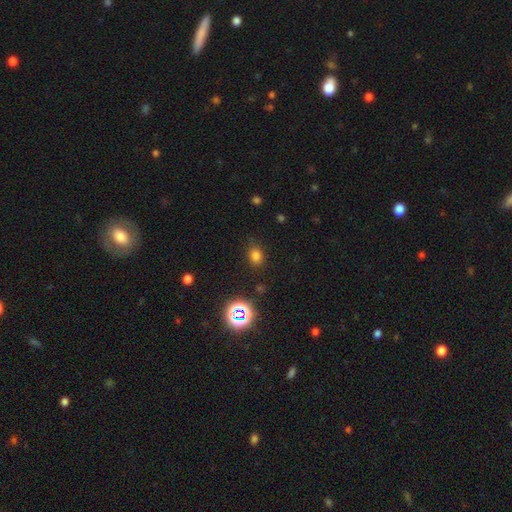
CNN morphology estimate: Q: Smooth or featured?
A: smooth (74%); runner-up: star or artifact (21%)
Q: How rounded?
A: in between (55%); runner-up: round (44%)
Q: Merging?
A: none (82%); runner-up: minor disturbance (13%)